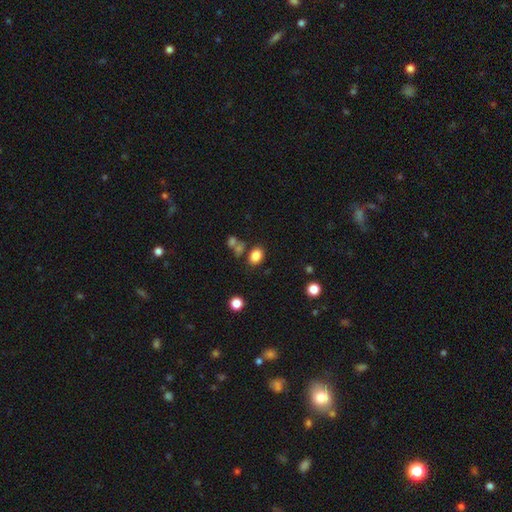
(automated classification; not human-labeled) smooth-or-featured: smooth: 83% | star or artifact: 11% | featured or disk: 6%
  how-rounded: in between: 76% | round: 23% | cigar-shaped: 1%
  merging: none: 73% | minor disturbance: 12% | merger: 11% | major disturbance: 4%